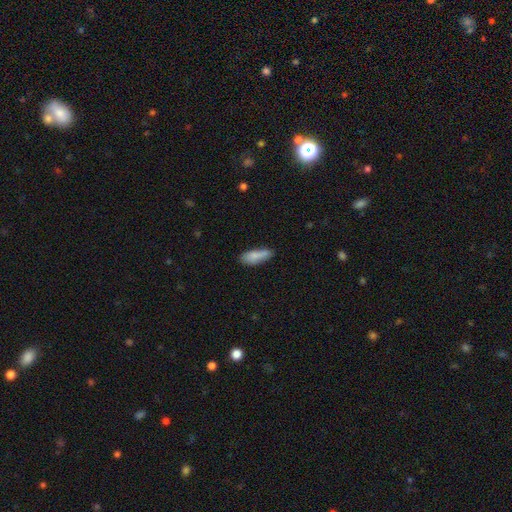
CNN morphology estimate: A smooth galaxy with no disk features (83%) that is in between round and cigar-shaped (60%). Merging: none (67%).